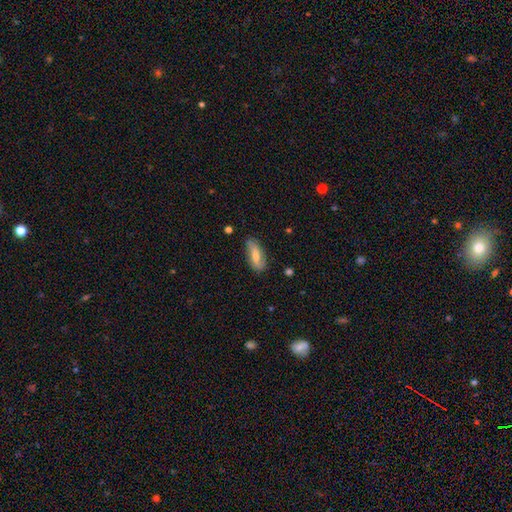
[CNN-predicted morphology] smooth 59%, featured or disk 34%, star or artifact 7%. Down the decision tree: how rounded — in between (76%); merging — none (73%).